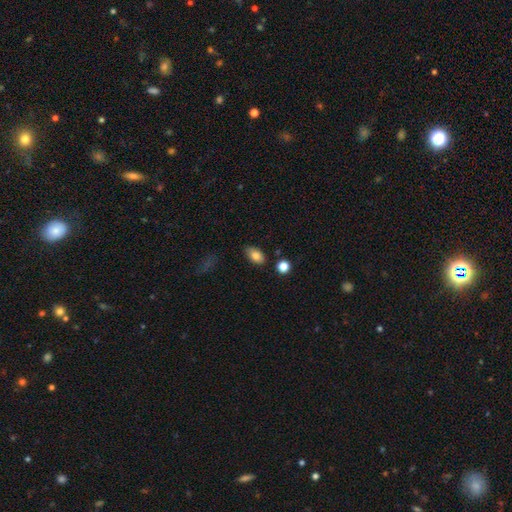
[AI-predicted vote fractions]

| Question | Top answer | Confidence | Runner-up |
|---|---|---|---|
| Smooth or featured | smooth | 82% | featured or disk (10%) |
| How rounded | in between | 90% | round (8%) |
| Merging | none | 78% | minor disturbance (15%) |